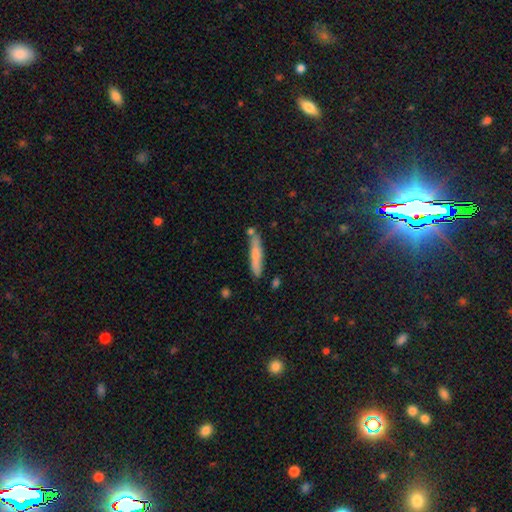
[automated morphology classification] Q: Smooth or featured?
A: smooth (72%); runner-up: featured or disk (21%)
Q: How rounded?
A: cigar-shaped (89%); runner-up: in between (10%)
Q: Merging?
A: none (74%); runner-up: minor disturbance (15%)